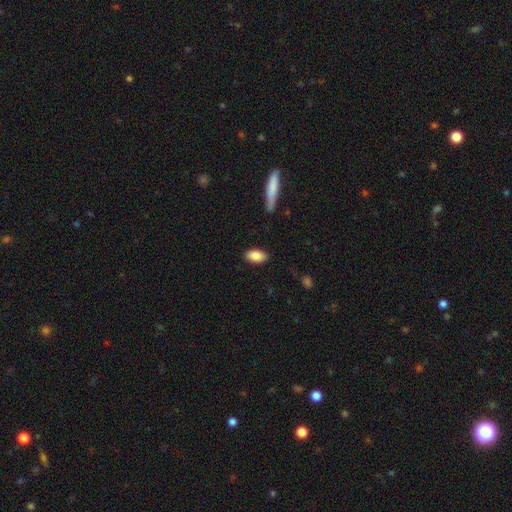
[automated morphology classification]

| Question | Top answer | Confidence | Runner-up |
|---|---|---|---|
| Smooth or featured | smooth | 85% | featured or disk (8%) |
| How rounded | in between | 92% | cigar-shaped (4%) |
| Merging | none | 87% | minor disturbance (10%) |